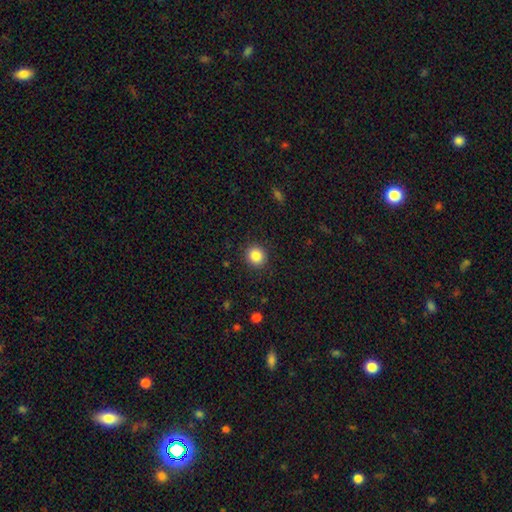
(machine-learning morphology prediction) Smooth or featured?
  - smooth: 86% *
  - star or artifact: 10%
  - featured or disk: 4%
How rounded?
  - round: 88% *
  - in between: 11%
  - cigar-shaped: 1%
Merging?
  - none: 90% *
  - minor disturbance: 6%
  - major disturbance: 2%
  - merger: 1%